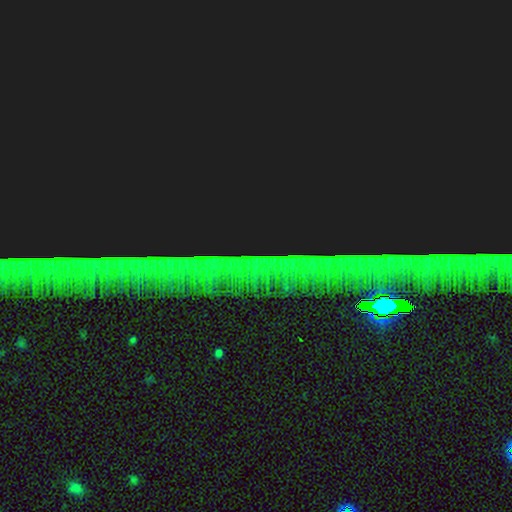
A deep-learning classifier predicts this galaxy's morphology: Smooth or featured? Predicted: star or artifact (p=0.86).